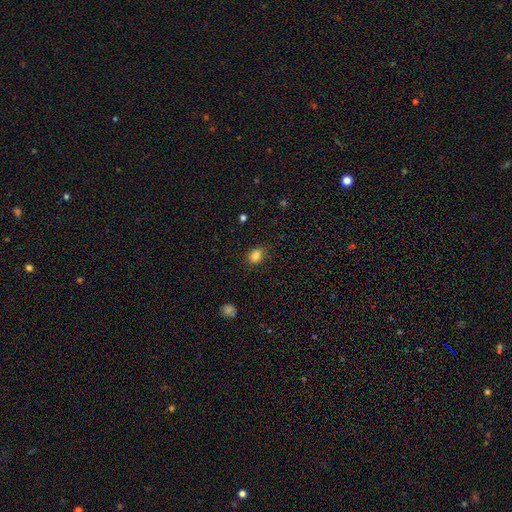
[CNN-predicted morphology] Overall: smooth (85%). How rounded: in between (62%; round 37%). Merging: none (84%).